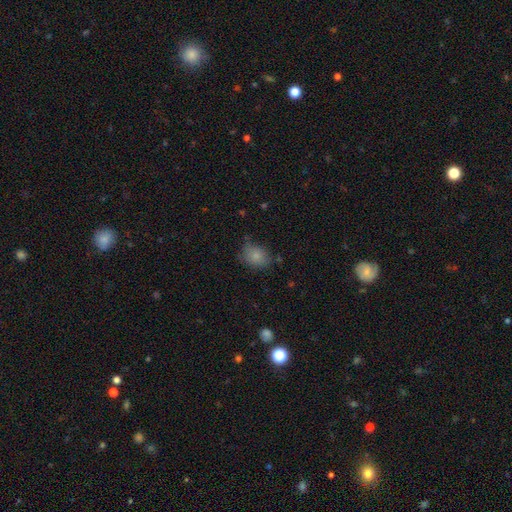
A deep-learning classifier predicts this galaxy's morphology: Smooth or featured? Predicted: smooth (p=0.83). How rounded? Predicted: in between (p=0.65). Merging? Predicted: none (p=0.66).